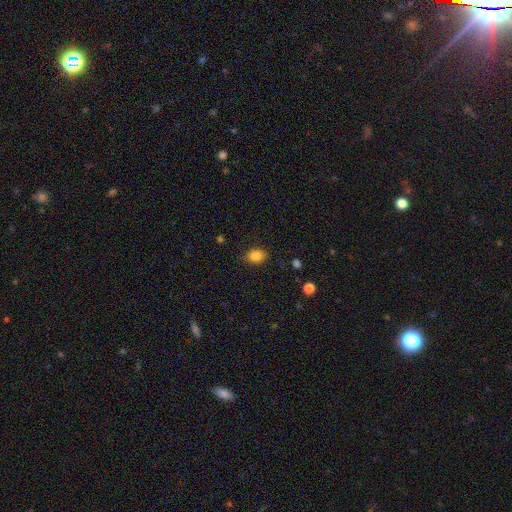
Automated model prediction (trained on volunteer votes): A smooth galaxy with no disk features (84%) that is in between round and cigar-shaped (61%). Merging: none (81%).